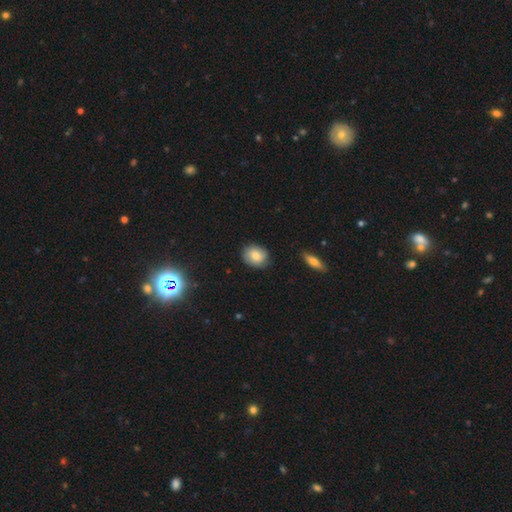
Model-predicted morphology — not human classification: This is likely a smooth galaxy (76%). How rounded: likely round (63%). Merging: likely none (79%).